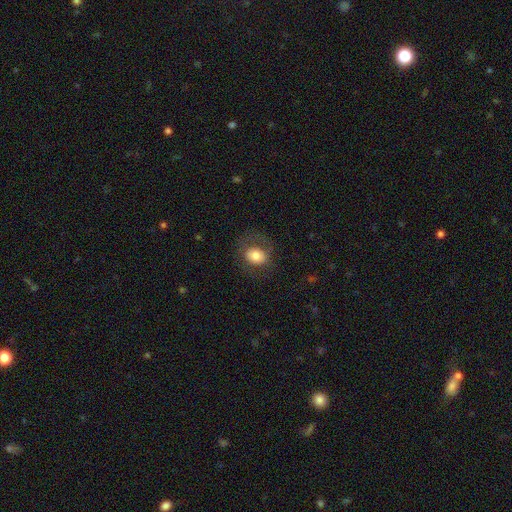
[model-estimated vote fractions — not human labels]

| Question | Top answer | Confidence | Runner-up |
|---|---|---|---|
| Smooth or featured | smooth | 74% | featured or disk (18%) |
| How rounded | round | 53% | in between (46%) |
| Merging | none | 69% | minor disturbance (16%) |